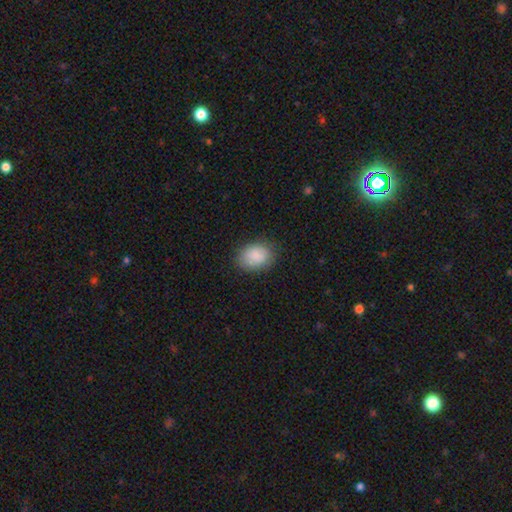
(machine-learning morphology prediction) smooth 88%, star or artifact 7%, featured or disk 5%. Down the decision tree: how rounded — in between (74%); merging — none (82%).